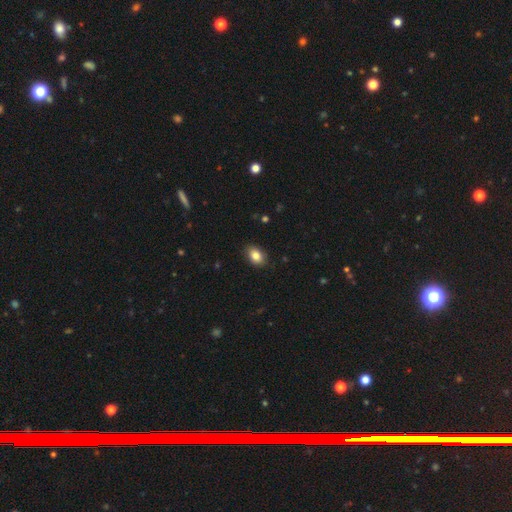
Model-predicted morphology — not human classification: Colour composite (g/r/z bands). It shows a smooth galaxy with no disk features (84%) that is in between round and cigar-shaped (80%). Merging: none (87%).